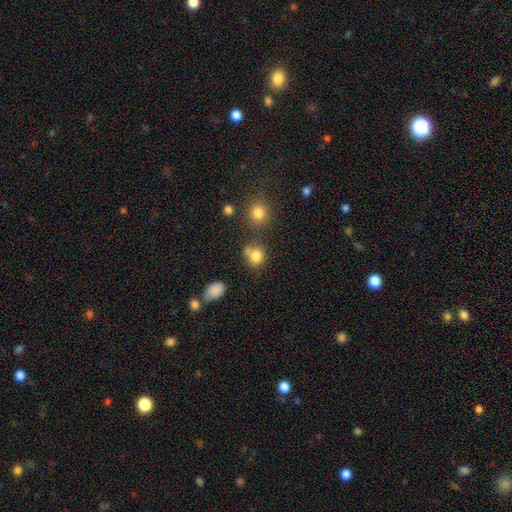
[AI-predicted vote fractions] smooth 81%, star or artifact 12%, featured or disk 7%. Down the decision tree: how rounded — round (75%); merging — none (58%).